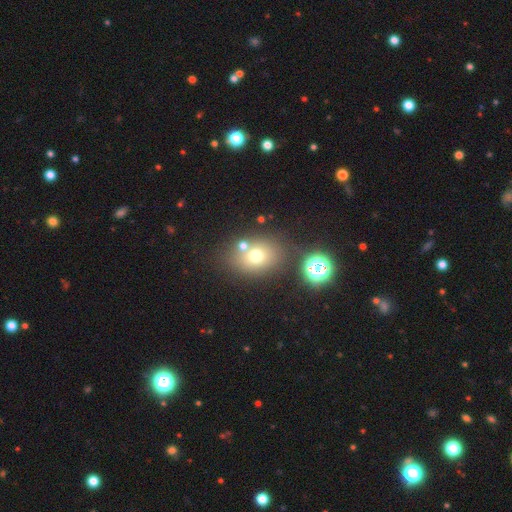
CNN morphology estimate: Q: Smooth or featured?
A: smooth (68%); runner-up: star or artifact (18%)
Q: How rounded?
A: in between (50%); runner-up: round (49%)
Q: Merging?
A: none (68%); runner-up: merger (15%)